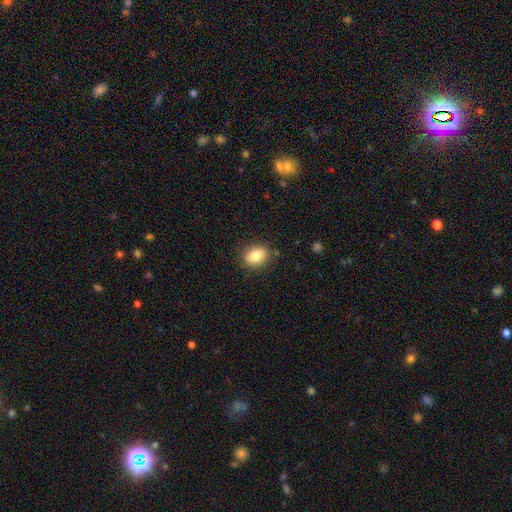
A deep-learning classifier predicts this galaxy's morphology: A smooth galaxy with no disk features (82%) that is in between round and cigar-shaped (65%). Merging: none (83%).